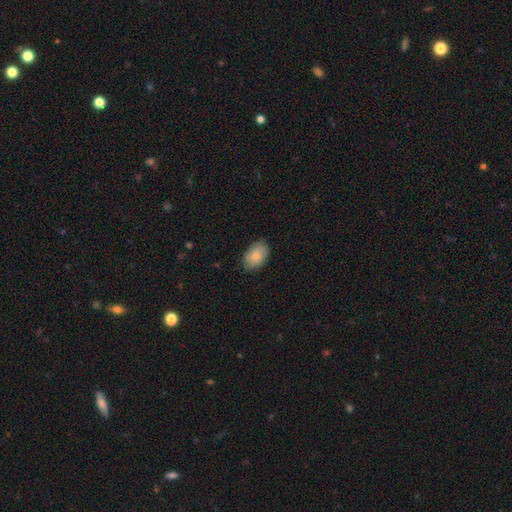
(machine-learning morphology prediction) Smooth or featured?
  - smooth: 83% *
  - featured or disk: 11%
  - star or artifact: 6%
How rounded?
  - in between: 89% *
  - round: 9%
  - cigar-shaped: 1%
Merging?
  - none: 83% *
  - minor disturbance: 13%
  - major disturbance: 3%
  - merger: 1%